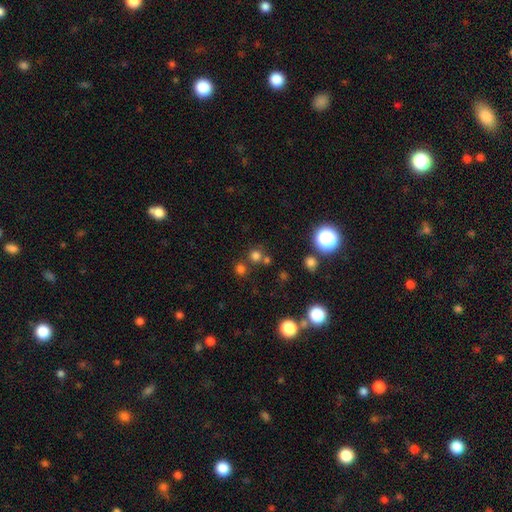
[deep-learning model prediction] Smooth or featured: smooth — 67% (star or artifact — 26%)
How rounded: round — 92% (in between — 7%)
Merging: none — 70% (merger — 19%)